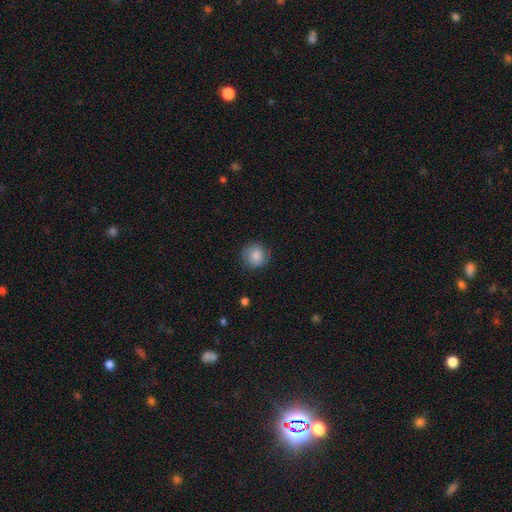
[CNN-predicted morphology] type=smooth (84%); roundness=round (91%); merging=none (83%).